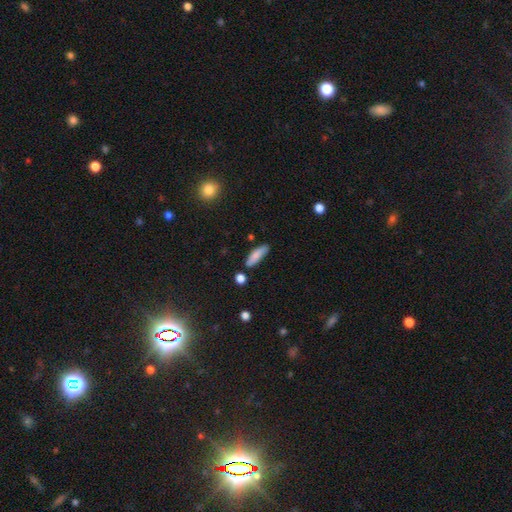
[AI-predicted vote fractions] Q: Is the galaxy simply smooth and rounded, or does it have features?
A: smooth — 82%.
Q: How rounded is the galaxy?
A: cigar-shaped — 58%.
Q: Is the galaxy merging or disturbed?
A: none — 79%.